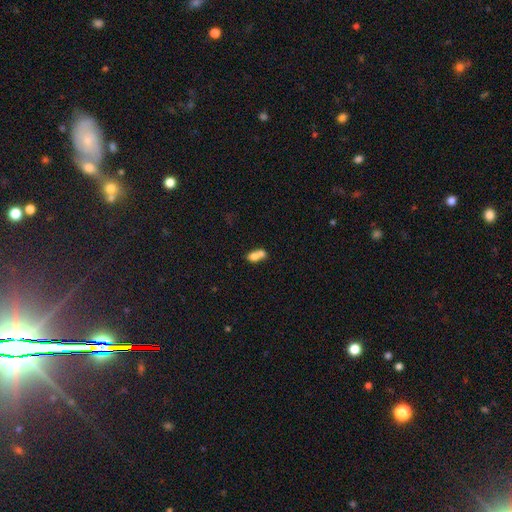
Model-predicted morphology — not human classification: Smooth or featured? smooth (70%)
How rounded? in between (64%)
Merging? merger (70%)